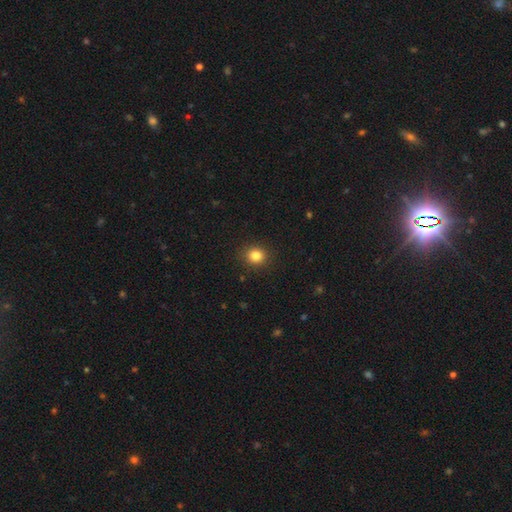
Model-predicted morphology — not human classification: type=smooth (84%); roundness=round (81%); merging=none (90%).